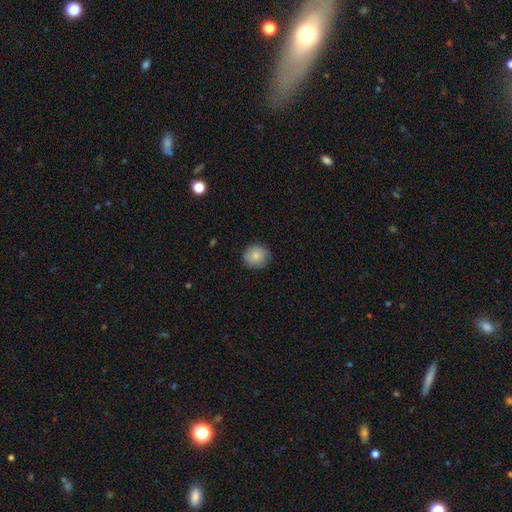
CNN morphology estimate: Smooth or featured?
  - smooth: 82% *
  - featured or disk: 11%
  - star or artifact: 8%
How rounded?
  - round: 84% *
  - in between: 15%
  - cigar-shaped: 1%
Merging?
  - none: 83% *
  - minor disturbance: 13%
  - major disturbance: 3%
  - merger: 1%